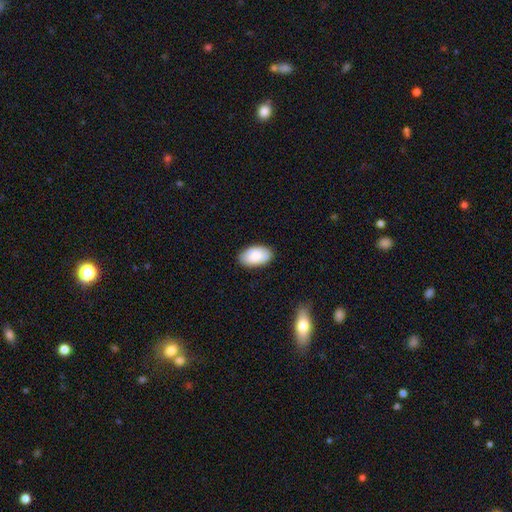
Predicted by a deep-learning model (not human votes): Overall: smooth (86%). How rounded: in between (95%). Merging: none (86%).